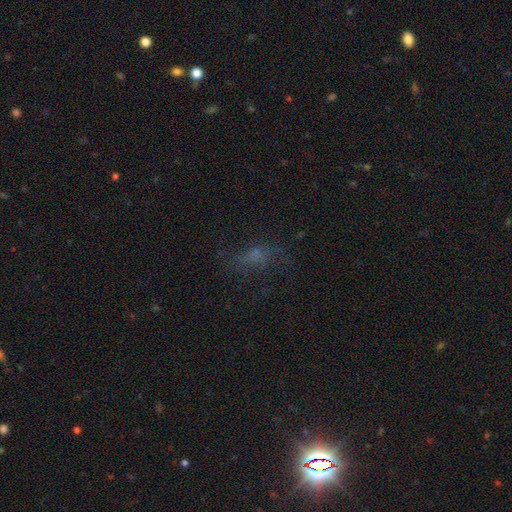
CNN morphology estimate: Smooth or featured? Predicted: smooth (p=0.43). Merging? Predicted: none (p=0.54).